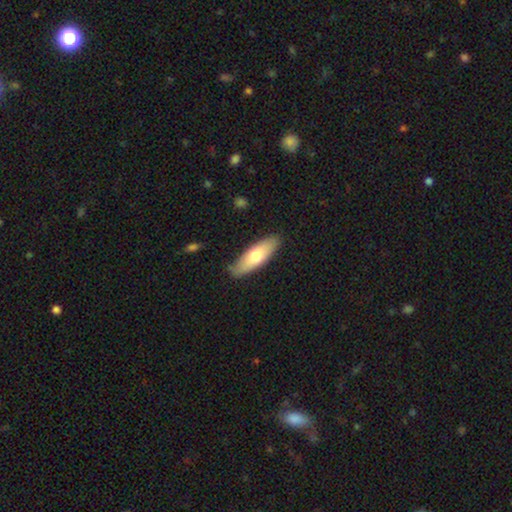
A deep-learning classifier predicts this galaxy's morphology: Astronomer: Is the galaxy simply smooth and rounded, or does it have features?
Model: smooth — 65%.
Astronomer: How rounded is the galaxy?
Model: in between — 59% (runner-up: cigar-shaped, 39%).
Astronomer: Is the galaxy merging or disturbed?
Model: none — 82%.